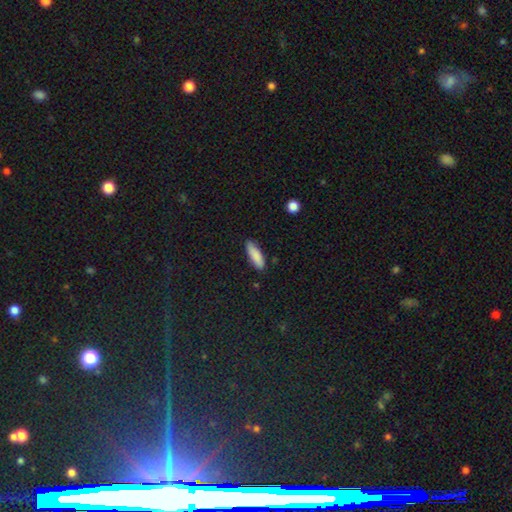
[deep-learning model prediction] A smooth galaxy with no disk features (87%) that is cigar-shaped (49%, tied with in between).

Vote fractions:
- Smooth or featured? smooth: 87% / featured or disk: 7% / star or artifact: 6%
- How rounded? cigar-shaped: 49% (tied) / in between: 49% (tied) / round: 2%
- Merging? none: 84% / minor disturbance: 12% / major disturbance: 2% / merger: 1%